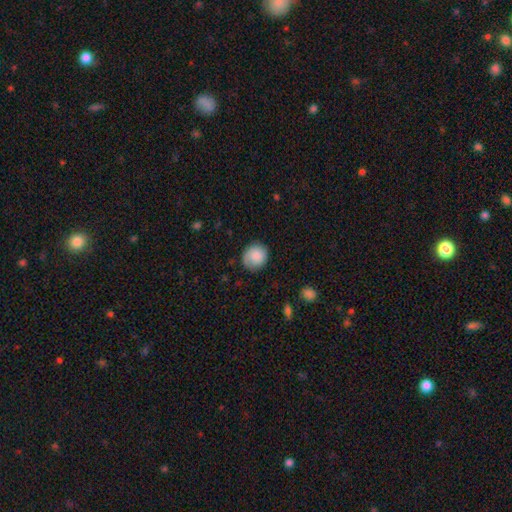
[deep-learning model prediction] Q: Smooth or featured?
A: smooth (82%); runner-up: featured or disk (11%)
Q: How rounded?
A: round (82%); runner-up: in between (17%)
Q: Merging?
A: none (77%); runner-up: minor disturbance (17%)